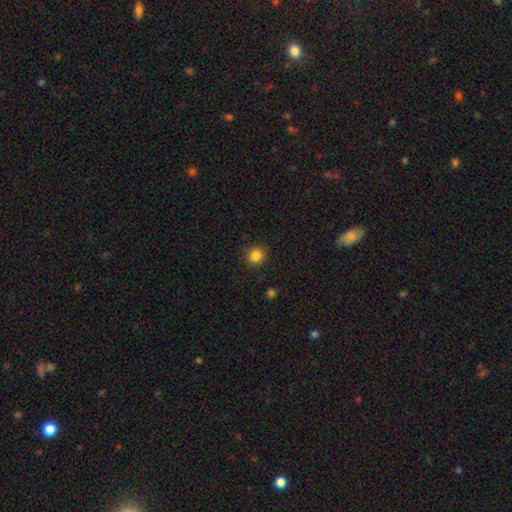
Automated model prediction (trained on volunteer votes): smooth_or_featured: smooth (p=0.84) [alt: star or artifact p=0.12]
how_rounded: round (p=0.91) [alt: in between p=0.09]
merging: none (p=0.90) [alt: minor disturbance p=0.07]